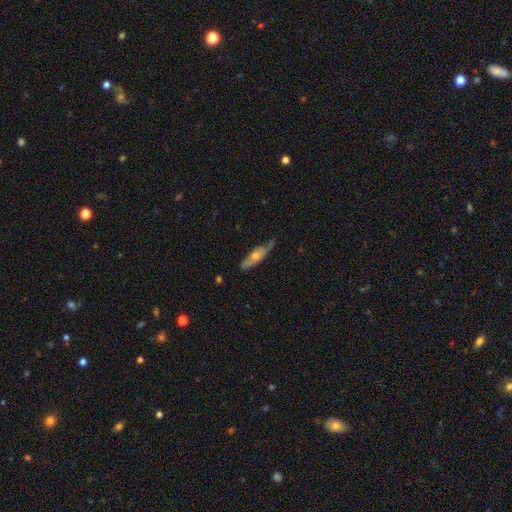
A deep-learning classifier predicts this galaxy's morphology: This is possibly a featured or disk galaxy (54%). It is possibly viewed edge-on (59%). Merging: likely none (66%).